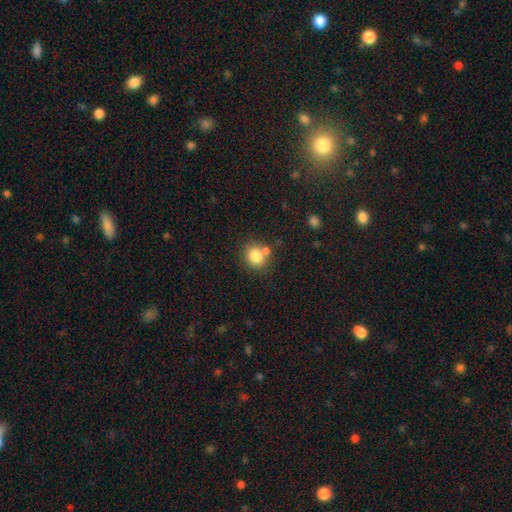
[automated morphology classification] This appears to be a smooth galaxy with no disk features (81%) that is round (74%). Merging: none (59%).